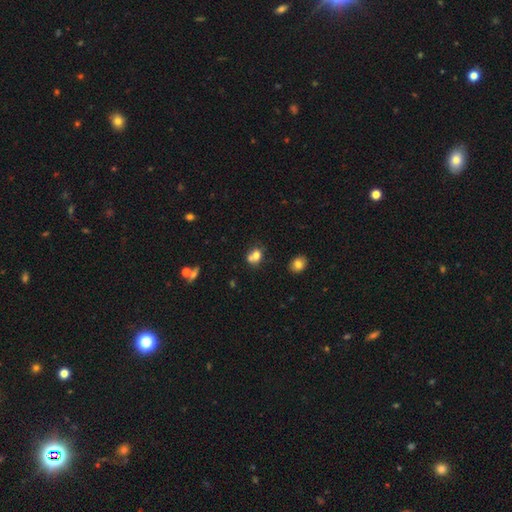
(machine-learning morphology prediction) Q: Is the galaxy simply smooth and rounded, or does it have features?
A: smooth — 73%.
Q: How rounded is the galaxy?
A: round — 56%.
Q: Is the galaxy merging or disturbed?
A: merger — 45%.